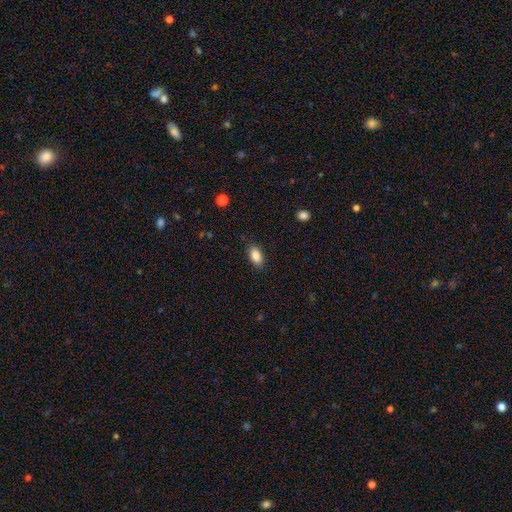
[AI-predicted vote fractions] A smooth galaxy with no disk features (87%) that is in between round and cigar-shaped (91%). Merging: none (85%).